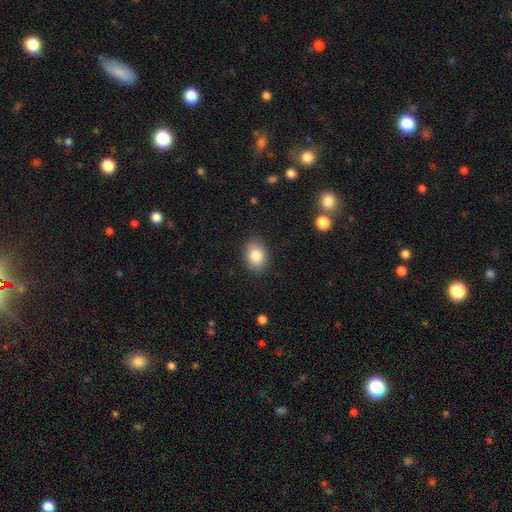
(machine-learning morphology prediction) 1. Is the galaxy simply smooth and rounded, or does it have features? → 84% smooth, 8% star or artifact, 8% featured or disk.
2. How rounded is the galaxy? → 76% in between, 23% round, 1% cigar-shaped.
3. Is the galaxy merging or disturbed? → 86% none, 10% minor disturbance, 2% major disturbance, 1% merger.